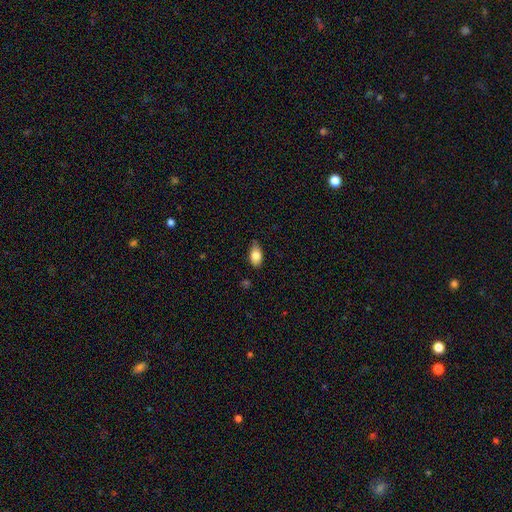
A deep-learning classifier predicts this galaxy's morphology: A smooth galaxy with no disk features (82%) that is in between round and cigar-shaped (89%). Merging: none (72%).